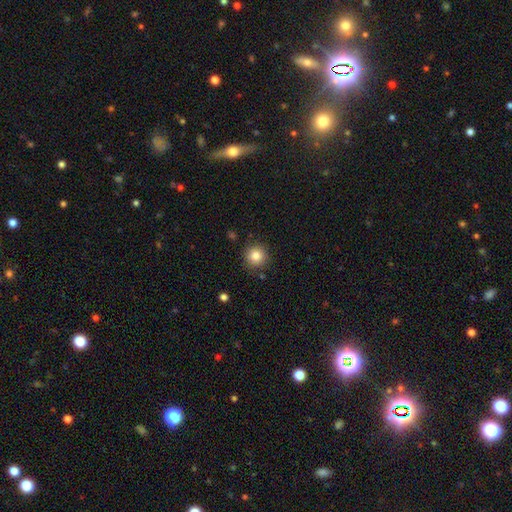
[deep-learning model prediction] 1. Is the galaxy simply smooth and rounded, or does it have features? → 85% smooth, 10% star or artifact, 5% featured or disk.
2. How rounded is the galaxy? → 94% round, 5% in between, 1% cigar-shaped.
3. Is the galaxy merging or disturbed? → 88% none, 8% minor disturbance, 2% major disturbance, 2% merger.